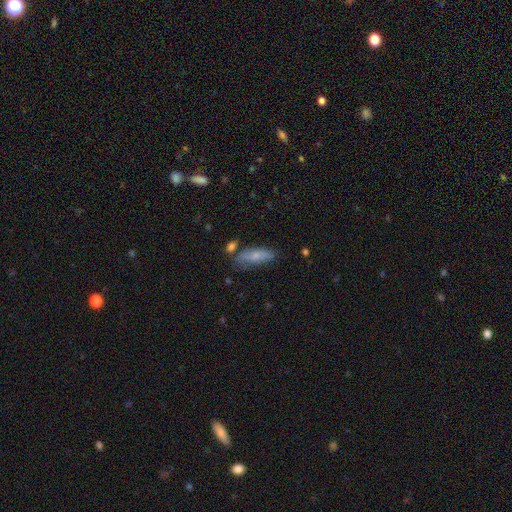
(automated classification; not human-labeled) A smooth galaxy with no disk features (68%) that is in between round and cigar-shaped (52%).

Vote fractions:
- Smooth or featured? smooth: 68% / featured or disk: 25% / star or artifact: 7%
- How rounded? in between: 52% / cigar-shaped: 46% / round: 3%
- Merging? none: 66% / minor disturbance: 21% / merger: 7% / major disturbance: 5%